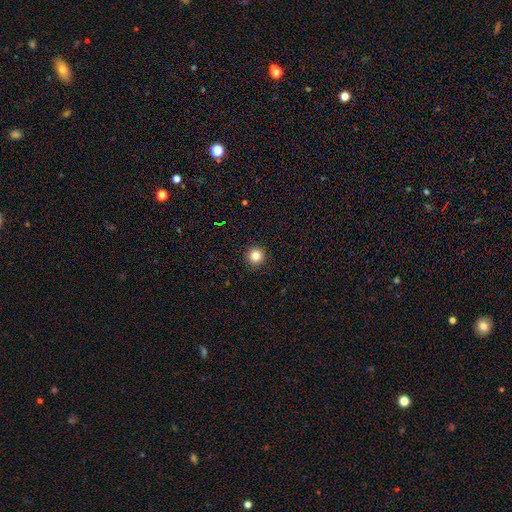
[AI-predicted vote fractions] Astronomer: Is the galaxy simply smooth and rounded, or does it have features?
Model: smooth — 83%.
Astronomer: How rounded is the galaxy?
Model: round — 95%.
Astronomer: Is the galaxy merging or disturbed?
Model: none — 92%.